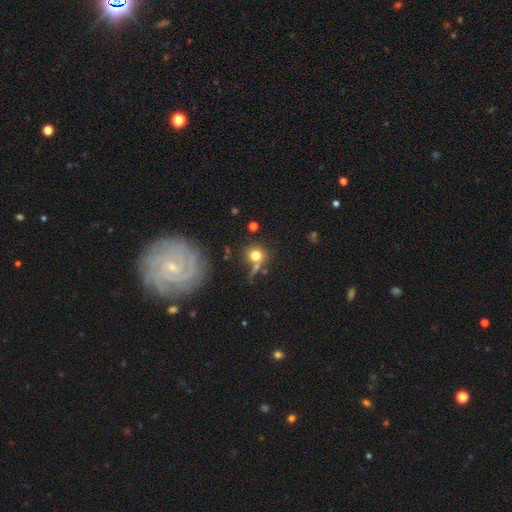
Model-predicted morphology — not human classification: This appears to be a smooth galaxy with no disk features (74%) that is round (87%). Merging: none (62%).